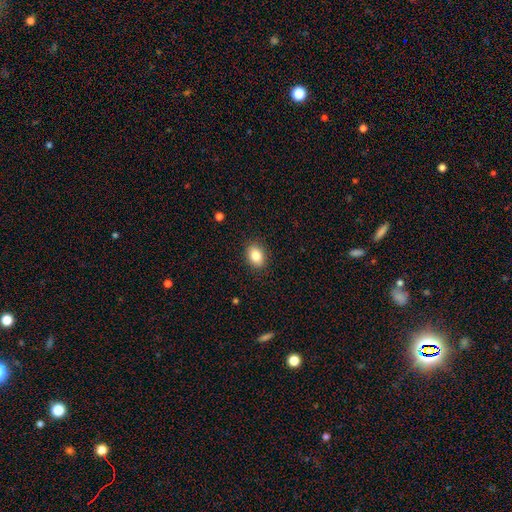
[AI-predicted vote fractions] A smooth galaxy with no disk features (84%) that is in between round and cigar-shaped (75%).

Vote fractions:
- Smooth or featured? smooth: 84% / star or artifact: 8% / featured or disk: 7%
- How rounded? in between: 75% / round: 24% / cigar-shaped: 1%
- Merging? none: 89% / minor disturbance: 8% / major disturbance: 2% / merger: 1%